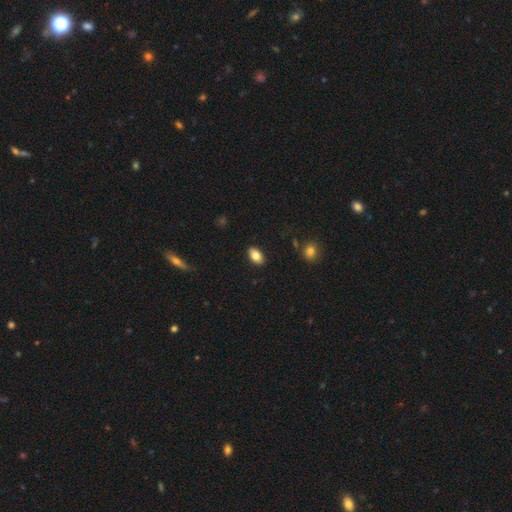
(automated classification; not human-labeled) Morphology: type=smooth (80%); roundness=in between (91%); merging=none (88%).